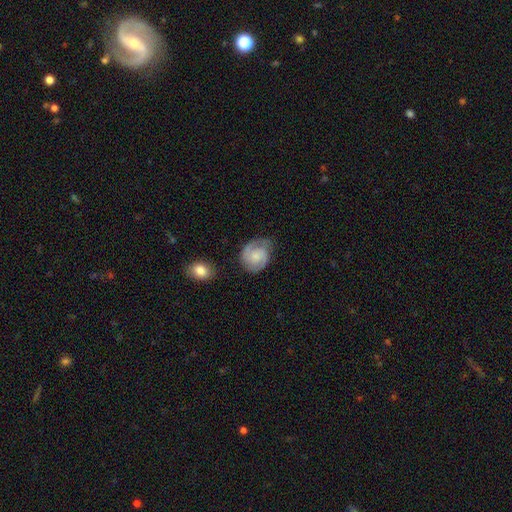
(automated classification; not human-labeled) Overall: featured or disk (67%). Edge-on disk: no (98%). Bar: no (65%; weak 31%). Spiral arms: yes (94%). Spiral arm count: 2 (74%). Spiral winding: tight (46%; medium 42%). Bulge size: small (45%; moderate 29%). Merging: none (64%).